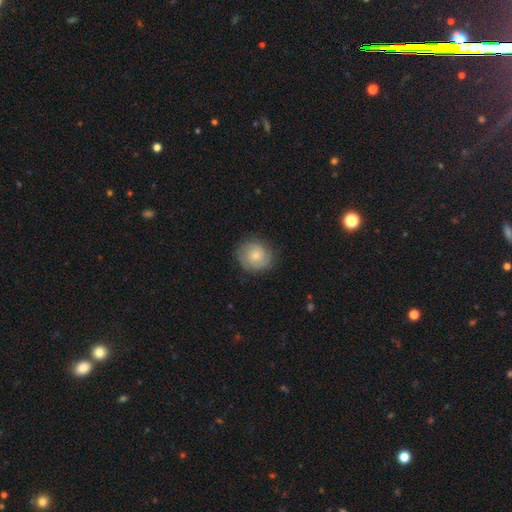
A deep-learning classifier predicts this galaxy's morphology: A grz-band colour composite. It shows a featured or disk galaxy (59%) with no bar (76%), 2 (38%) tight (66%) spiral arms (90%) and a small central bulge (58%). Merging: none (80%).